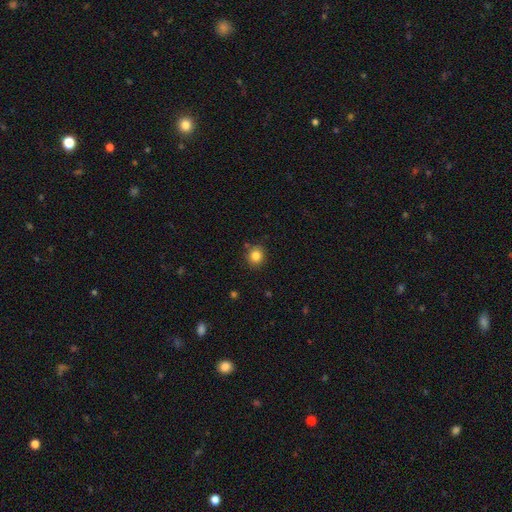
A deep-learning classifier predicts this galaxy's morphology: Q: Smooth or featured?
A: smooth (83%); runner-up: star or artifact (11%)
Q: How rounded?
A: round (86%); runner-up: in between (14%)
Q: Merging?
A: none (86%); runner-up: minor disturbance (9%)